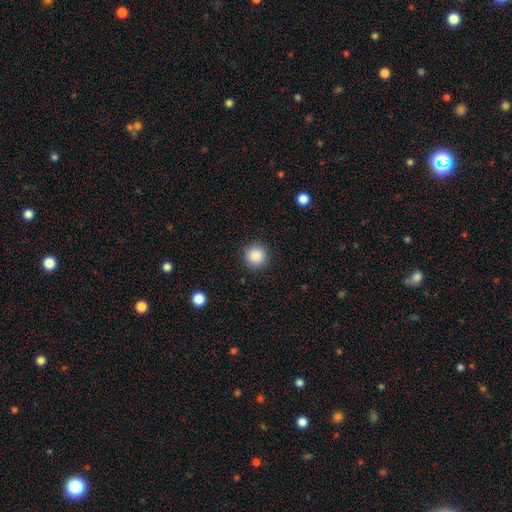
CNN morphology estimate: A smooth galaxy with no disk features (87%) that is round (94%).

Vote fractions:
- Smooth or featured? smooth: 87% / star or artifact: 9% / featured or disk: 3%
- How rounded? round: 94% / in between: 5% / cigar-shaped: 1%
- Merging? none: 90% / minor disturbance: 7% / major disturbance: 2% / merger: 1%